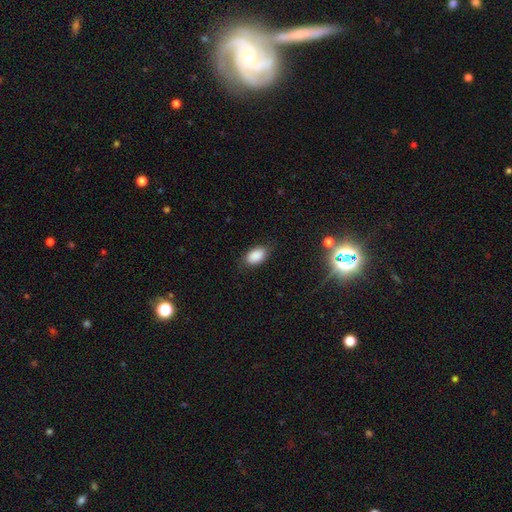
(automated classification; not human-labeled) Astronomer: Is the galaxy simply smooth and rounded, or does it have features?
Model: smooth — 88%.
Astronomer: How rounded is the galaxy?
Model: in between — 92%.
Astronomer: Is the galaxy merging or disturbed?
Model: none — 81%.